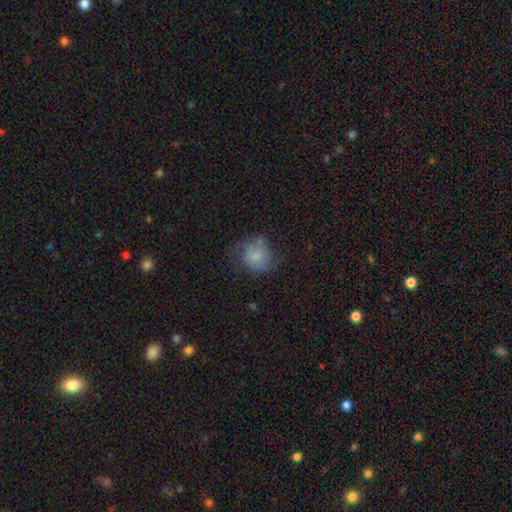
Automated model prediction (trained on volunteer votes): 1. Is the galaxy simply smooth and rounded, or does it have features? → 46% smooth, 45% featured or disk, 9% star or artifact.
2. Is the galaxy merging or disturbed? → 53% none, 26% minor disturbance, 19% major disturbance, 2% merger.